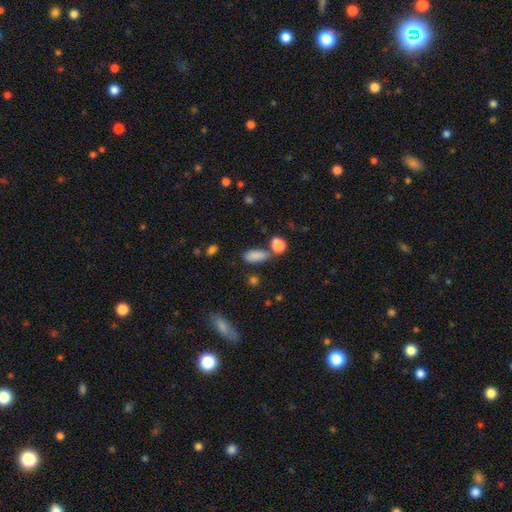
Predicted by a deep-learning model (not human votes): Morphology: type=smooth (84%); roundness=in between (82%); merging=none (61%).